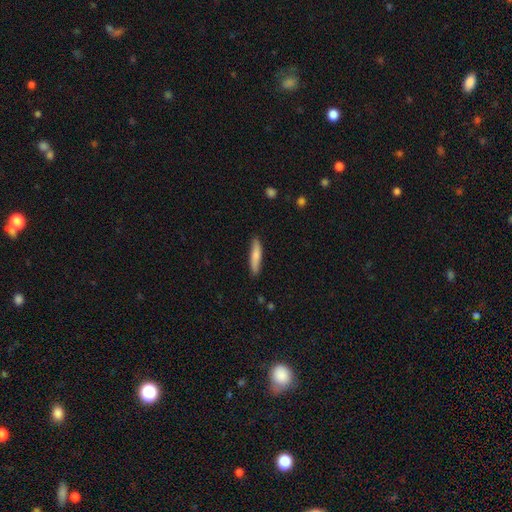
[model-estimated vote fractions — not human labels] Smooth or featured: smooth — 77% (featured or disk — 18%)
How rounded: cigar-shaped — 84% (in between — 14%)
Merging: none — 85% (minor disturbance — 12%)